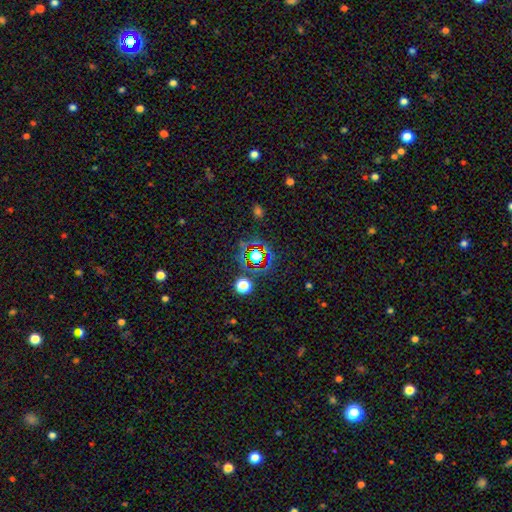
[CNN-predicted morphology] Q: Smooth or featured?
A: star or artifact (62%); runner-up: smooth (27%)